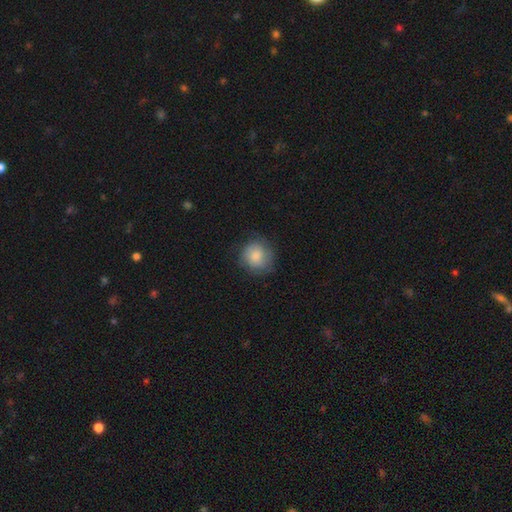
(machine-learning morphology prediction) Overall: smooth (78%). How rounded: round (89%). Merging: none (76%).